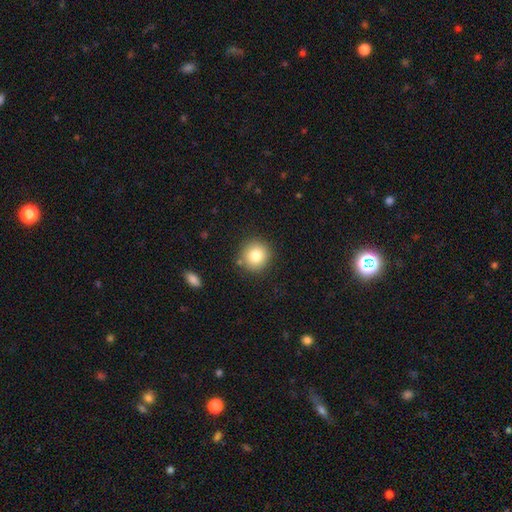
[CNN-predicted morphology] A smooth galaxy with no disk features (81%) that is round (92%).

Vote fractions:
- Smooth or featured? smooth: 81% / star or artifact: 11% / featured or disk: 9%
- How rounded? round: 92% / in between: 7% / cigar-shaped: 1%
- Merging? none: 86% / minor disturbance: 8% / merger: 3% / major disturbance: 3%